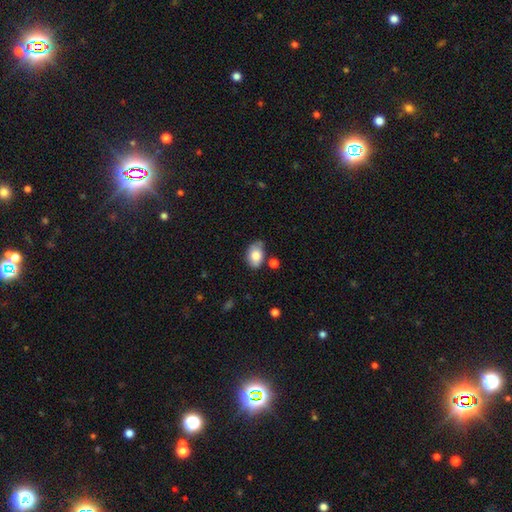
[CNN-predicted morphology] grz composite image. It shows a smooth galaxy with no disk features (80%) that is in between round and cigar-shaped (82%). Merging: none (63%).